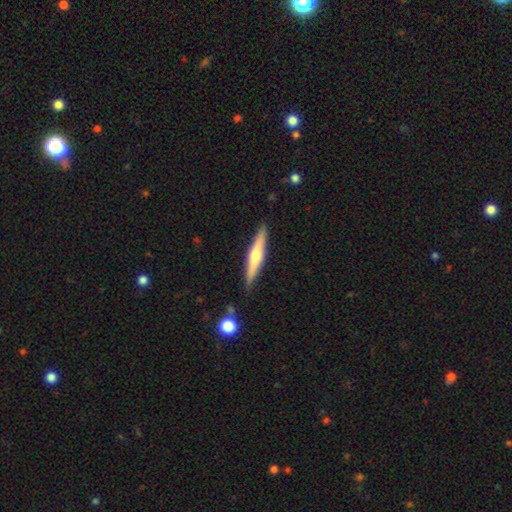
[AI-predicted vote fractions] Overall: featured or disk (56%; smooth 39%). Edge-on disk: yes (97%). Edge-on bulge: rounded (81%). Merging: none (88%).